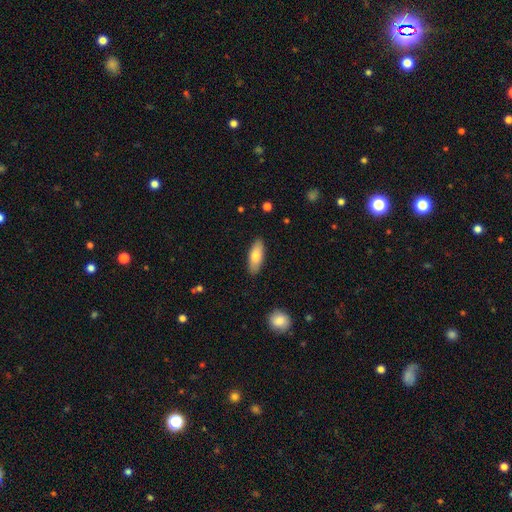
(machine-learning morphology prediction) The model was most divided on "how rounded": in between: 75%, cigar-shaped: 23%, round: 2%. More confident: merging — none (89%); smooth or featured — smooth (76%).